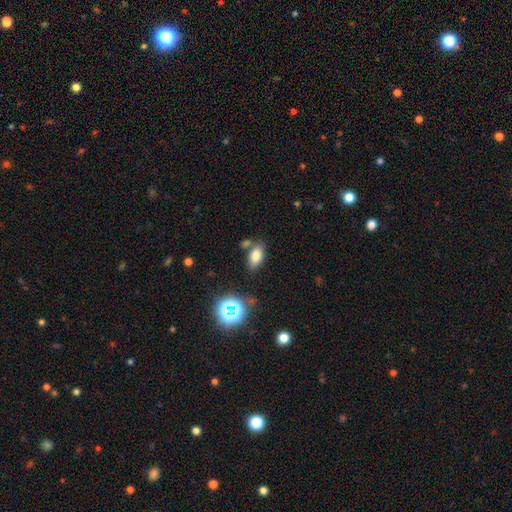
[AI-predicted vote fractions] Q: Smooth or featured?
A: smooth (77%); runner-up: star or artifact (14%)
Q: How rounded?
A: in between (88%); runner-up: round (7%)
Q: Merging?
A: none (69%); runner-up: minor disturbance (14%)